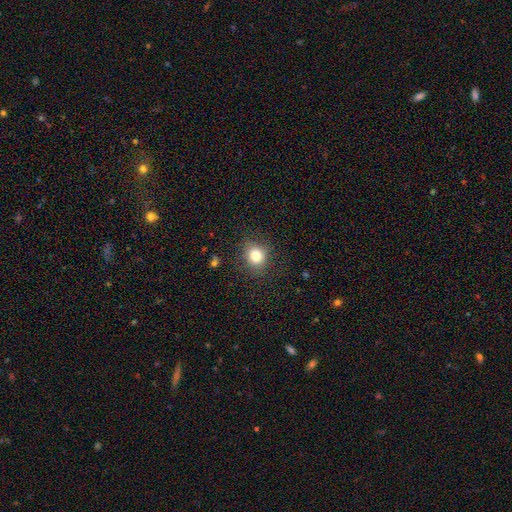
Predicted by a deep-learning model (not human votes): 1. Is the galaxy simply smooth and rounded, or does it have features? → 80% smooth, 12% star or artifact, 8% featured or disk.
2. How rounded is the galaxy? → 76% round, 23% in between, 1% cigar-shaped.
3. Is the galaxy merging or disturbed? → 82% none, 12% minor disturbance, 4% major disturbance, 1% merger.